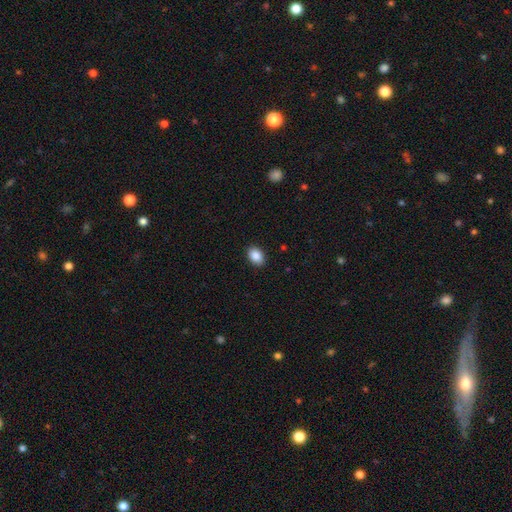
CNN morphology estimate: smooth 89%, star or artifact 8%, featured or disk 3%. Down the decision tree: how rounded — in between (76%); merging — none (89%).